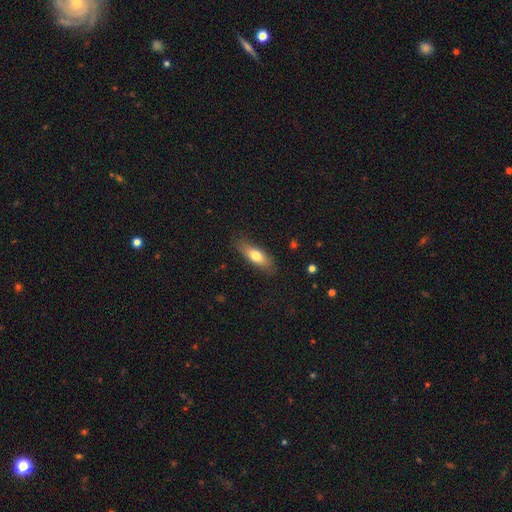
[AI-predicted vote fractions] Smooth or featured?
  - smooth: 68% *
  - featured or disk: 25%
  - star or artifact: 7%
How rounded?
  - in between: 56% *
  - cigar-shaped: 40%
  - round: 3%
Merging?
  - none: 82% *
  - minor disturbance: 13%
  - major disturbance: 3%
  - merger: 1%